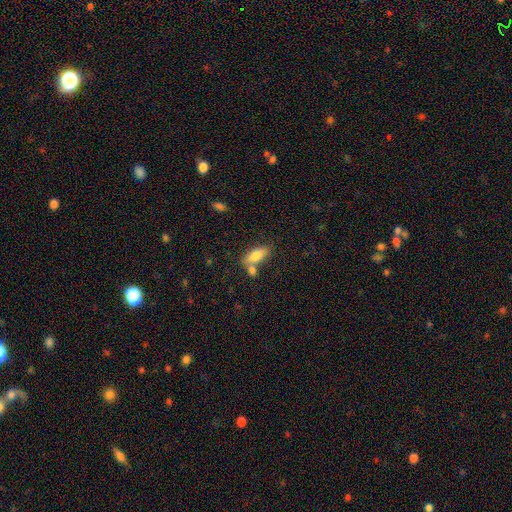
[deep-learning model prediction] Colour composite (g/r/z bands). It shows a smooth galaxy with no disk features (78%) that is in between round and cigar-shaped (76%). Merging: none (56%).